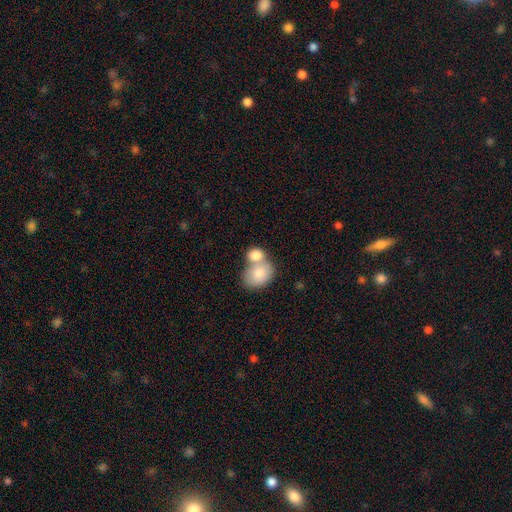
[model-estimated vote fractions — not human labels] A smooth galaxy with no disk features (77%) that is in between round and cigar-shaped (55%). Merging: merger (62%).